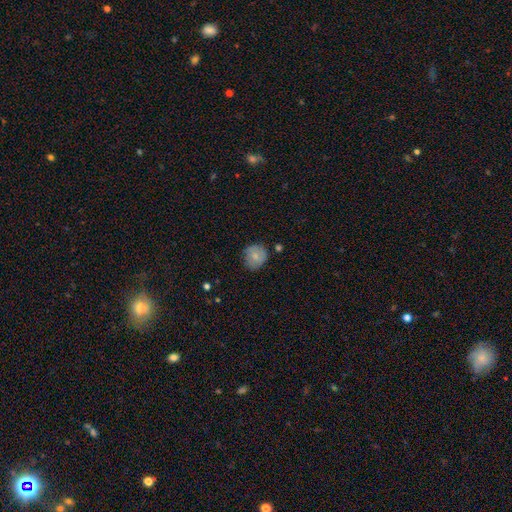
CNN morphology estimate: Smooth or featured?
  - smooth: 75% *
  - featured or disk: 17%
  - star or artifact: 7%
How rounded?
  - round: 84% *
  - in between: 15%
  - cigar-shaped: 1%
Merging?
  - none: 74% *
  - minor disturbance: 20%
  - major disturbance: 4%
  - merger: 3%